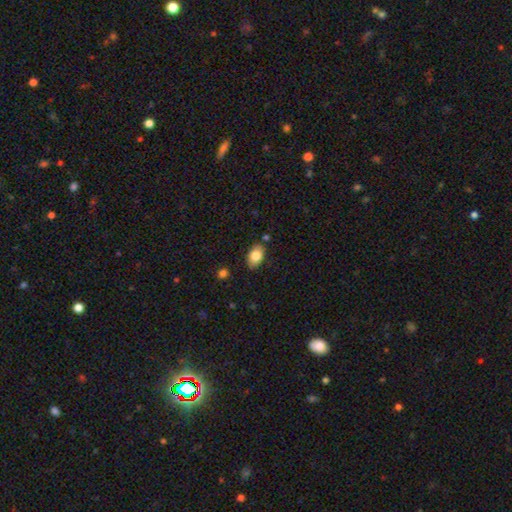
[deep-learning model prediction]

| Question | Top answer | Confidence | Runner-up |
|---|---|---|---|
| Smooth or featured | smooth | 81% | featured or disk (11%) |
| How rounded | in between | 90% | round (8%) |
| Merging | none | 83% | minor disturbance (12%) |